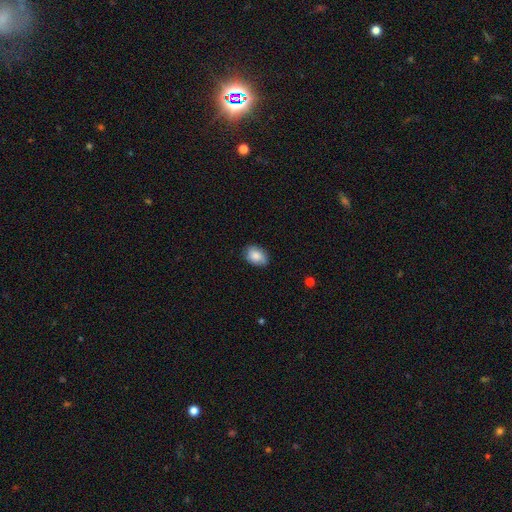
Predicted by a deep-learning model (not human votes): This appears to be a smooth galaxy with no disk features (84%) that is in between round and cigar-shaped (84%). Merging: none (82%).